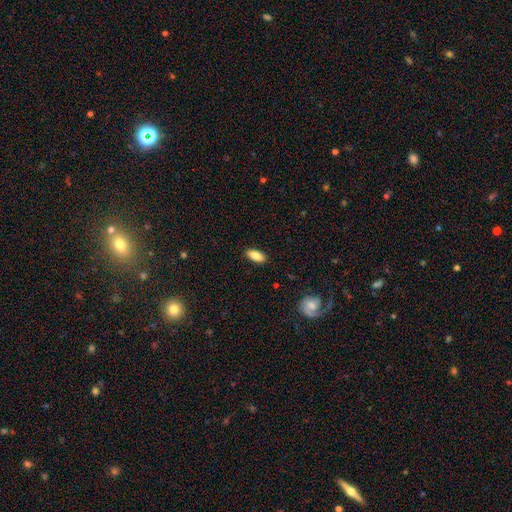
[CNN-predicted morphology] Smooth or featured: smooth — 84% (featured or disk — 9%)
How rounded: in between — 85% (cigar-shaped — 13%)
Merging: none — 88% (minor disturbance — 9%)